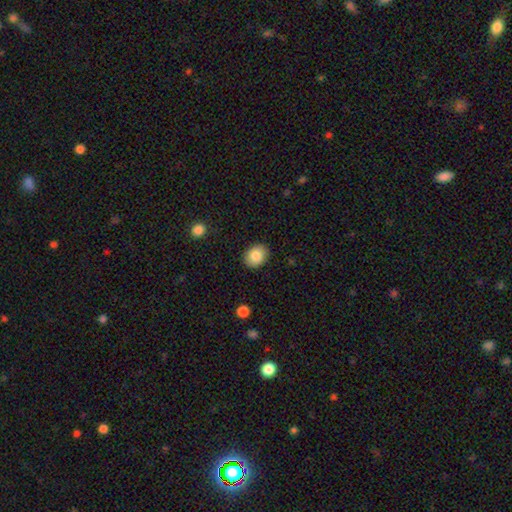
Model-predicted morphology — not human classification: type=smooth (86%); roundness=in between (52%); merging=none (88%).